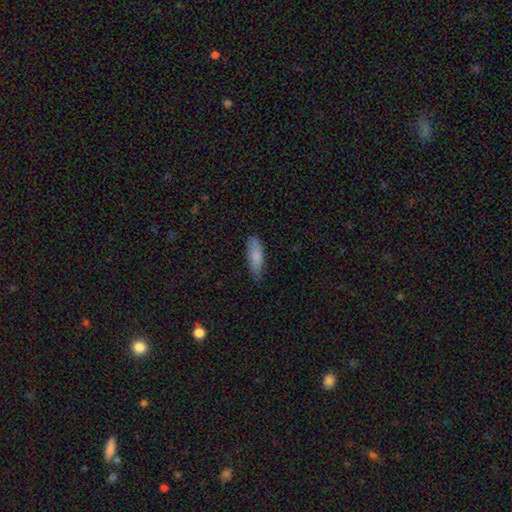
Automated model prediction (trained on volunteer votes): smooth_or_featured: smooth (p=0.83) [alt: featured or disk p=0.11]
how_rounded: in between (p=0.52) [alt: cigar-shaped p=0.47]
merging: none (p=0.74) [alt: minor disturbance p=0.21]